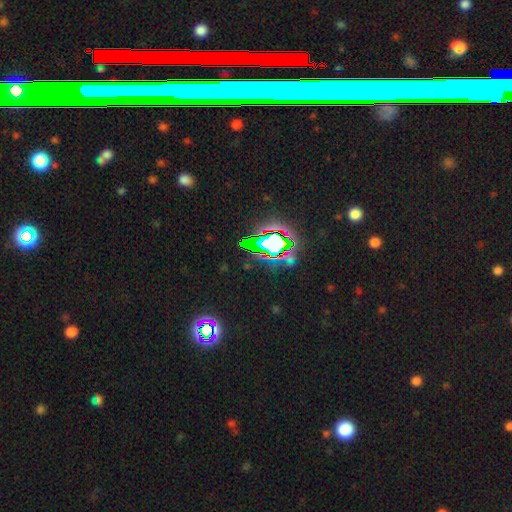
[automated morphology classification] star or artifact 71%, smooth 15%, featured or disk 14%.